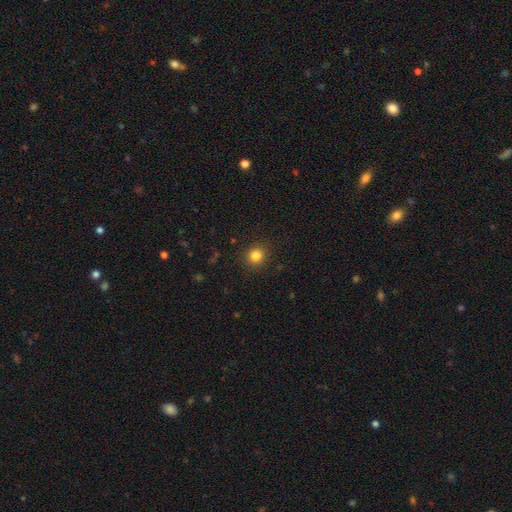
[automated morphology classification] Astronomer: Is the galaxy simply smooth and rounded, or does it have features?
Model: smooth — 83%.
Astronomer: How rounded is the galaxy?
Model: round — 85%.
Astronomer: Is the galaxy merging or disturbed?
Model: none — 90%.